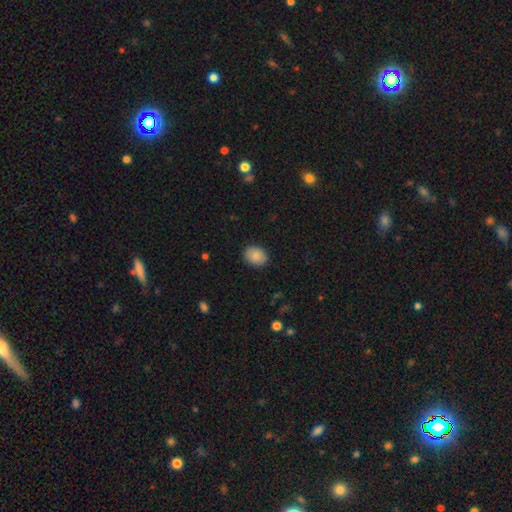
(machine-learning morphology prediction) smooth 86%, star or artifact 8%, featured or disk 6%. Down the decision tree: how rounded — in between (53%); merging — none (88%).